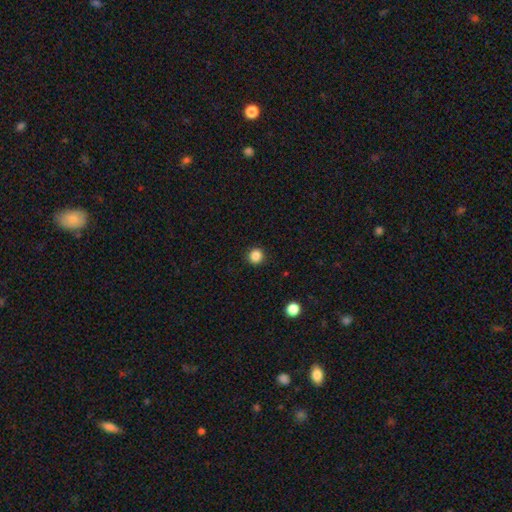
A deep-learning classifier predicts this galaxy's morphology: smooth_or_featured: smooth (p=0.86) [alt: star or artifact p=0.11]
how_rounded: round (p=0.93) [alt: in between p=0.06]
merging: none (p=0.92) [alt: minor disturbance p=0.05]